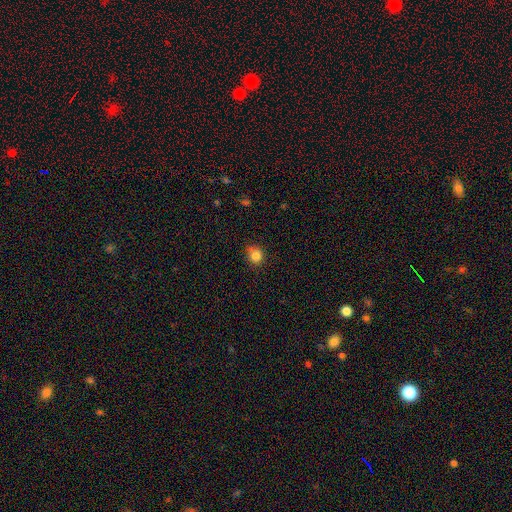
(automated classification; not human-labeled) Smooth or featured: smooth — 84% (star or artifact — 12%)
How rounded: round — 80% (in between — 19%)
Merging: none — 76% (minor disturbance — 19%)